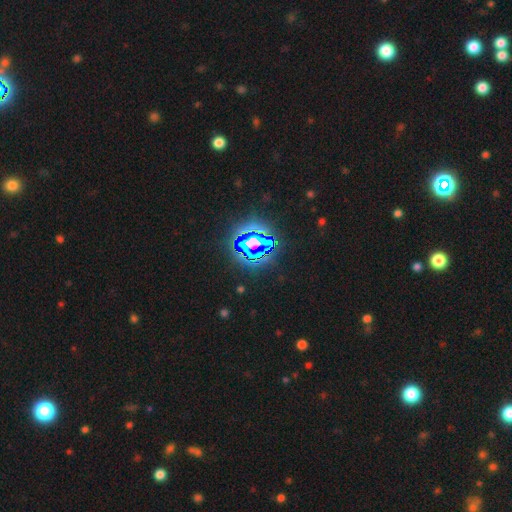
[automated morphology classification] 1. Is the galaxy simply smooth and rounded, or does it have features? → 76% star or artifact, 14% smooth, 10% featured or disk.